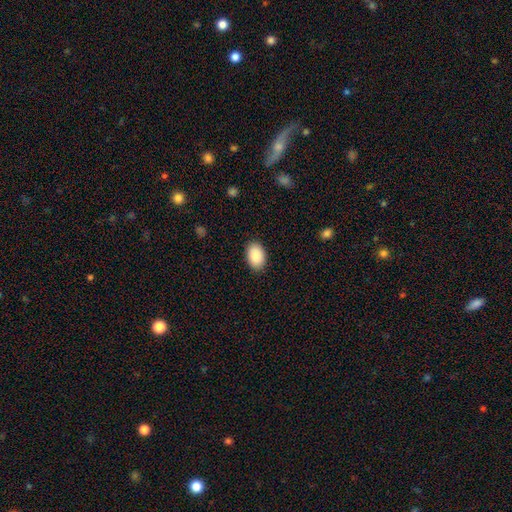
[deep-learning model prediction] Smooth or featured?
  - smooth: 90% *
  - star or artifact: 6%
  - featured or disk: 4%
How rounded?
  - in between: 90% *
  - round: 9%
  - cigar-shaped: 1%
Merging?
  - none: 88% *
  - minor disturbance: 9%
  - major disturbance: 2%
  - merger: 1%